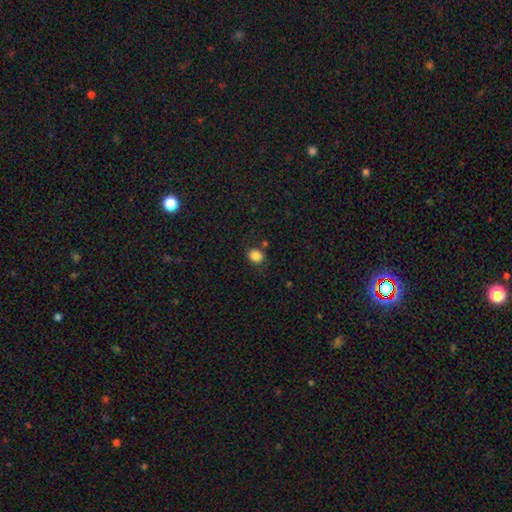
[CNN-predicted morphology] type=smooth (84%); roundness=round (62%); merging=none (76%).